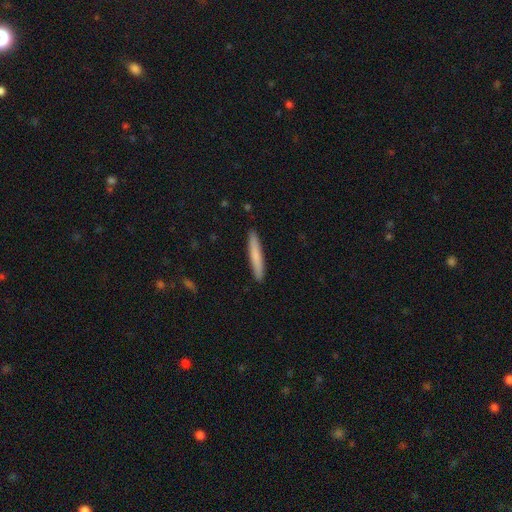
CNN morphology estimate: Smooth or featured? Predicted: smooth (p=0.76). How rounded? Predicted: cigar-shaped (p=0.95). Merging? Predicted: none (p=0.91).